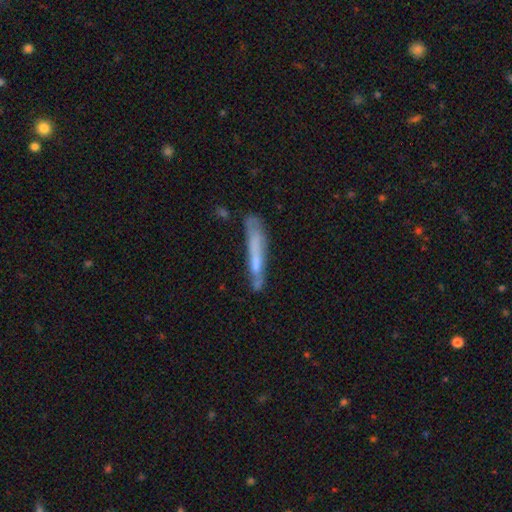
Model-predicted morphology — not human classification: Q: Smooth or featured?
A: smooth (52%); runner-up: featured or disk (41%)
Q: How rounded?
A: cigar-shaped (94%); runner-up: in between (5%)
Q: Merging?
A: none (57%); runner-up: minor disturbance (24%)